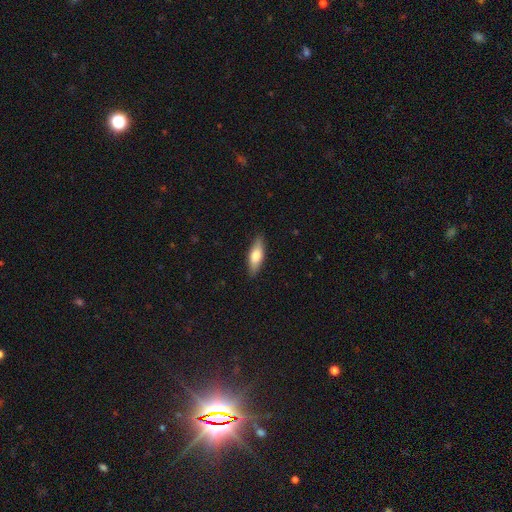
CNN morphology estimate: This is likely a smooth galaxy (66%). How rounded: possibly in between (55%). Merging: clearly none (88%).